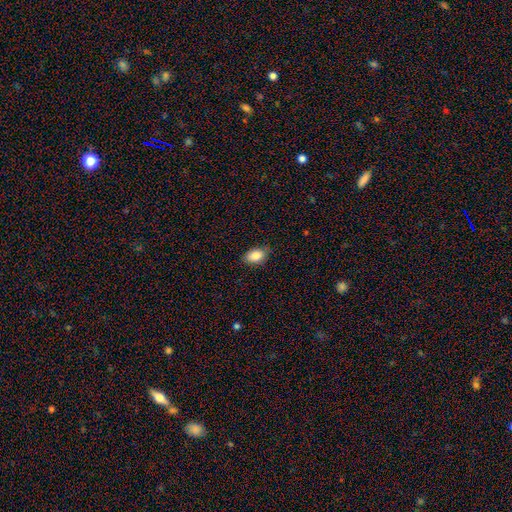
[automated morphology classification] Smooth or featured: smooth — 86% (star or artifact — 7%)
How rounded: in between — 91% (round — 7%)
Merging: none — 80% (minor disturbance — 16%)